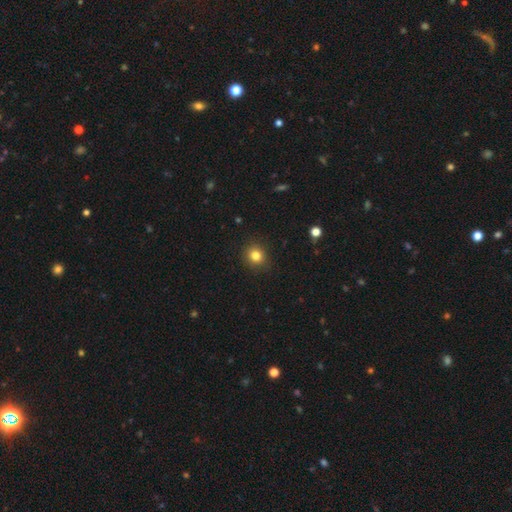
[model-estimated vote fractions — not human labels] Smooth or featured? Predicted: smooth (p=0.81). How rounded? Predicted: round (p=0.84). Merging? Predicted: none (p=0.89).